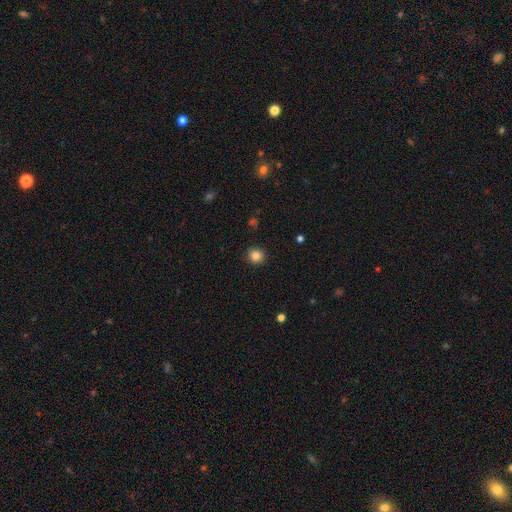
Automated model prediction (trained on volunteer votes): Morphology: type=smooth (85%); roundness=round (93%); merging=none (92%).